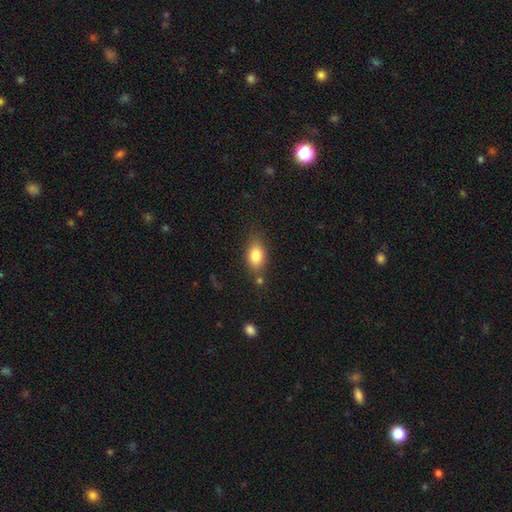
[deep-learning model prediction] This is clearly a smooth galaxy (82%). How rounded: clearly in between (83%). Merging: likely none (71%).